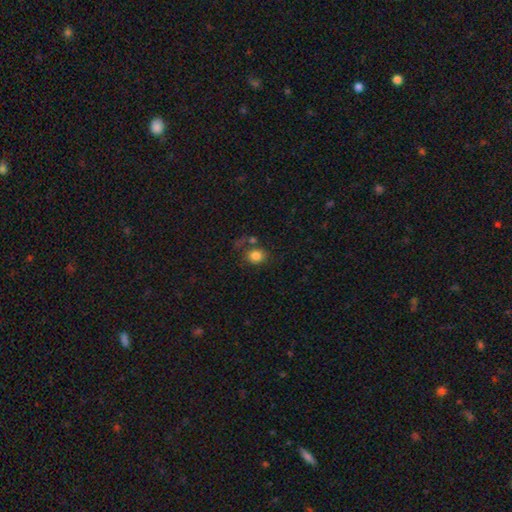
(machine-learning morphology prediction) The model was most divided on "how rounded": round: 60%, in between: 39%, cigar-shaped: 1%. More confident: smooth or featured — smooth (82%); merging — none (64%).